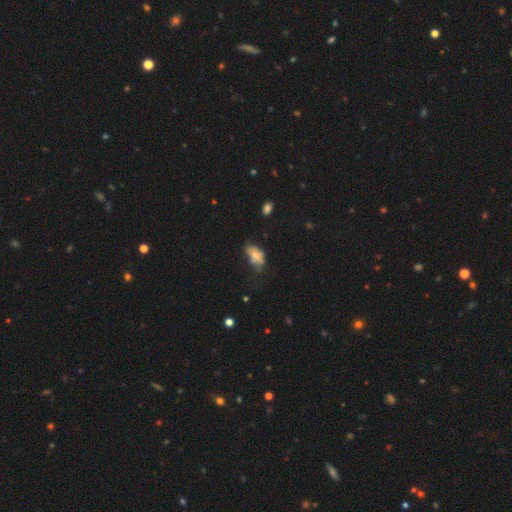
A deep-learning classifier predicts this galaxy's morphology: A smooth galaxy with no disk features (65%) that is in between round and cigar-shaped (88%). Merging: minor disturbance (33%).